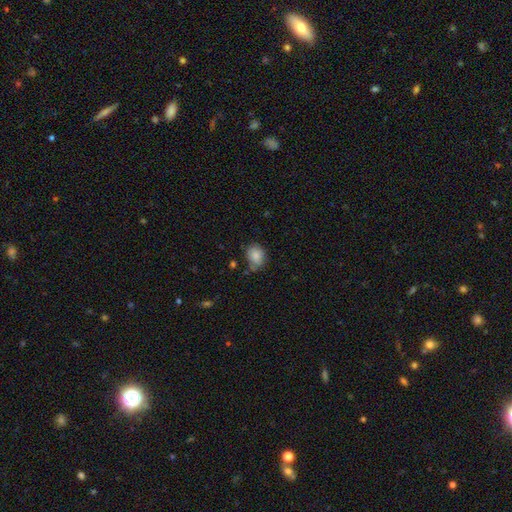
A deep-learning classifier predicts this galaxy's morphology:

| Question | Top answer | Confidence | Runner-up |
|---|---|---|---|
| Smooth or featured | smooth | 85% | star or artifact (8%) |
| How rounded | in between | 52% | round (47%) |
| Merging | none | 65% | minor disturbance (25%) |